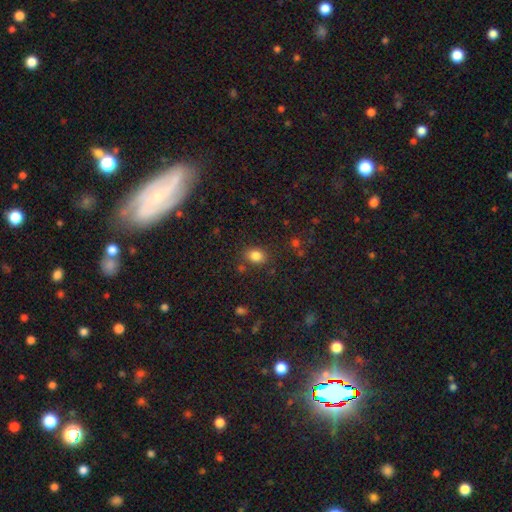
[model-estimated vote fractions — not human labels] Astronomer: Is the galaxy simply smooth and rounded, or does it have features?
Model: smooth — 83%.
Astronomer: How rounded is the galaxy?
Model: in between — 56% (runner-up: round, 43%).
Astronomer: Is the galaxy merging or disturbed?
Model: none — 80%.